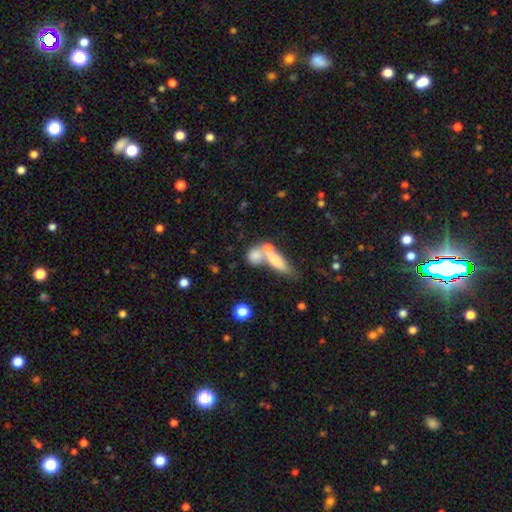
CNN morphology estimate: Overall: smooth (70%). How rounded: in between (52%; round 29%). Merging: merger (57%; none 27%).